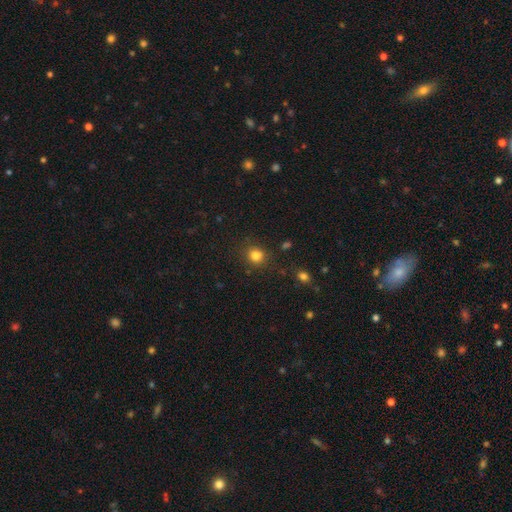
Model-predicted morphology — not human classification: type=smooth (82%); roundness=round (83%); merging=none (85%).